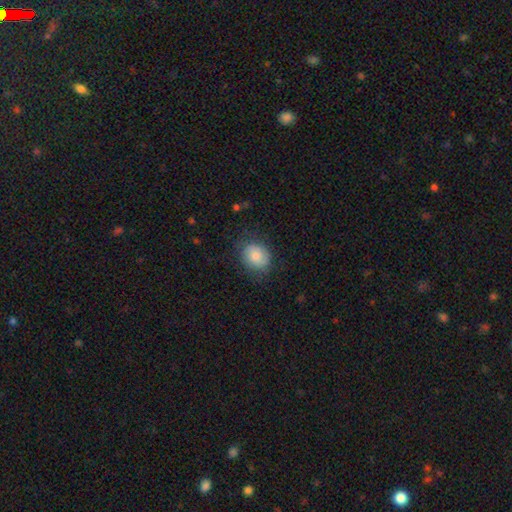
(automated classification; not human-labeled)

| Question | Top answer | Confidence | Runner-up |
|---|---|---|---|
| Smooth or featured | smooth | 77% | featured or disk (15%) |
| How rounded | round | 58% | in between (41%) |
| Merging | none | 76% | minor disturbance (18%) |